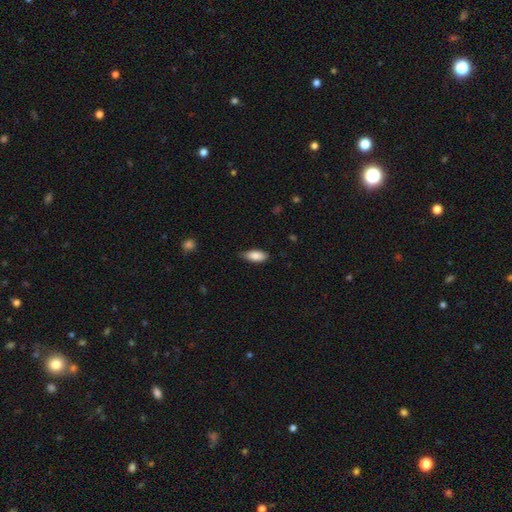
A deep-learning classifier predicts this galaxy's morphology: This appears to be a smooth galaxy with no disk features (86%) that is in between round and cigar-shaped (85%). Merging: none (74%).